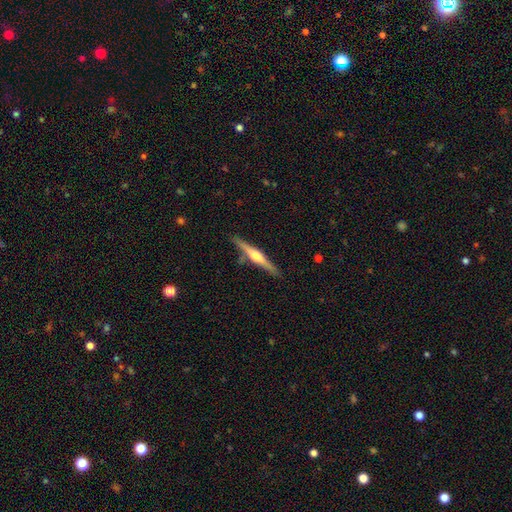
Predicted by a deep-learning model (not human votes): Smooth or featured? featured or disk (72%)
Edge-on disk? yes (98%)
Edge-on bulge? rounded (90%)
Merging? none (85%)